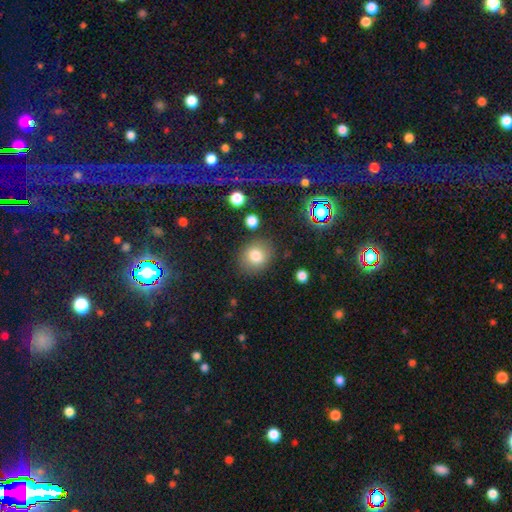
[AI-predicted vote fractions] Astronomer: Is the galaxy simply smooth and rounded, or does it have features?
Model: smooth — 79%.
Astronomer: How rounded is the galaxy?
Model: round — 68%.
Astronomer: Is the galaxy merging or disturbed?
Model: none — 83%.